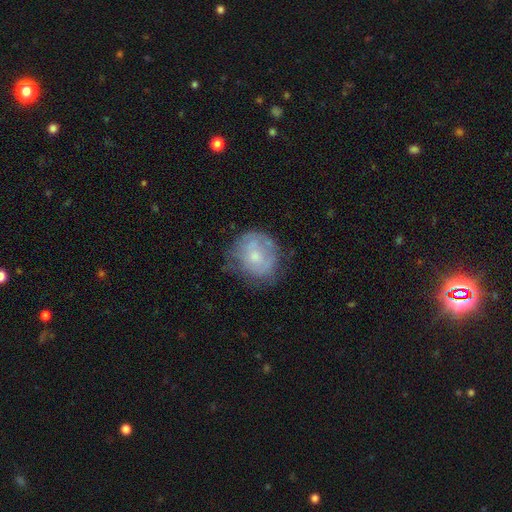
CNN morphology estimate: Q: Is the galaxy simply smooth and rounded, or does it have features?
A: smooth — 48%.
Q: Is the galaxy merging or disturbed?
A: none — 57%.